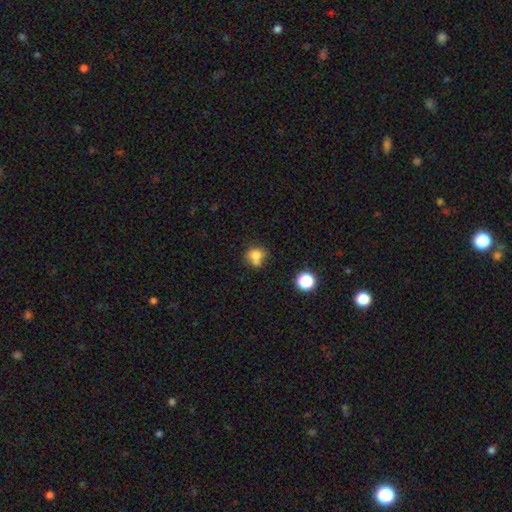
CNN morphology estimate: smooth 75%, star or artifact 13%, featured or disk 12%. Down the decision tree: how rounded — round (65%); merging — none (44%).